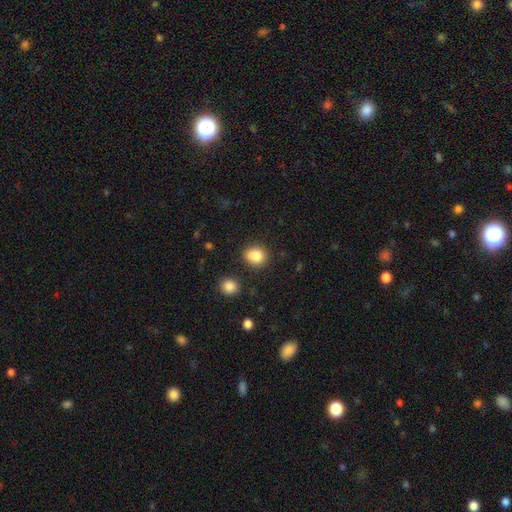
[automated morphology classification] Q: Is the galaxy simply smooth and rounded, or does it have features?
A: smooth — 85%.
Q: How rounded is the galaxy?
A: round — 68%.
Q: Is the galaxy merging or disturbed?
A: none — 75%.